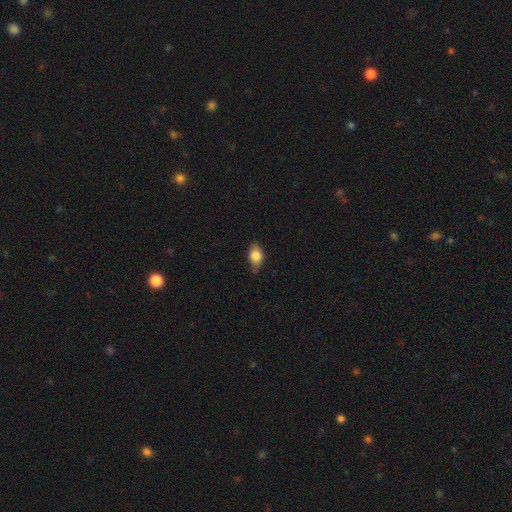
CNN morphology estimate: The model was most divided on "merging": none: 62%, minor disturbance: 31%, major disturbance: 5%, merger: 2%. More confident: how rounded — in between (82%); smooth or featured — smooth (80%).